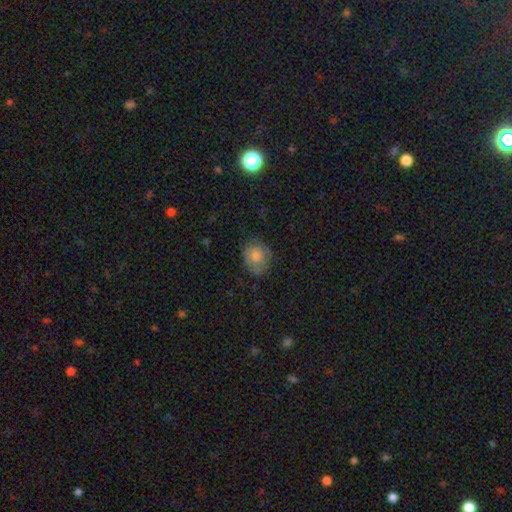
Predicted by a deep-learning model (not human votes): Smooth or featured?
  - smooth: 72% *
  - featured or disk: 17%
  - star or artifact: 11%
How rounded?
  - round: 66% *
  - in between: 33%
  - cigar-shaped: 1%
Merging?
  - none: 71% *
  - minor disturbance: 22%
  - major disturbance: 6%
  - merger: 1%